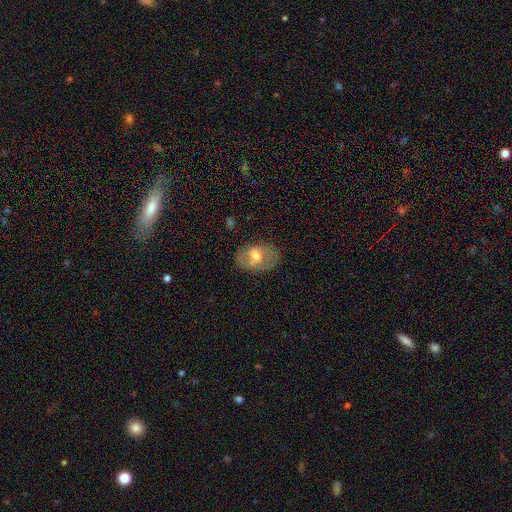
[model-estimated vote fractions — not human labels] smooth-or-featured: featured or disk: 49% | smooth: 44% | star or artifact: 8%
  merging: none: 65% | minor disturbance: 22% | major disturbance: 11% | merger: 2%